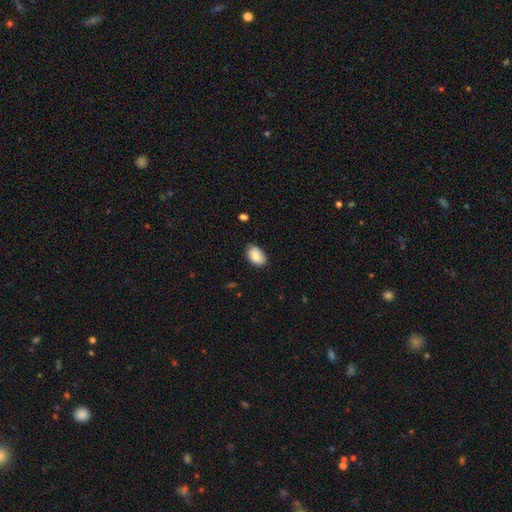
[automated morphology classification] Smooth or featured? smooth (88%)
How rounded? in between (90%)
Merging? none (79%)